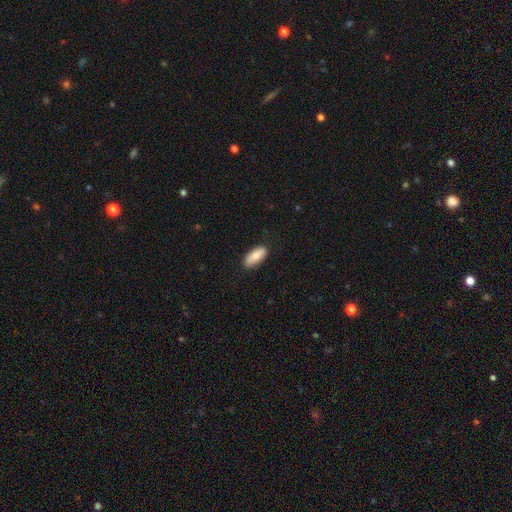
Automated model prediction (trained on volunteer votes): smooth 77%, featured or disk 17%, star or artifact 6%. Down the decision tree: how rounded — in between (82%); merging — none (87%).